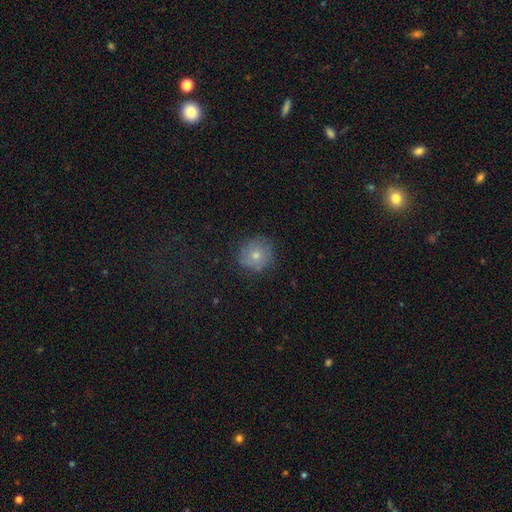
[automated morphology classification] A smooth galaxy with no disk features (70%) that is round (89%). Merging: none (79%).